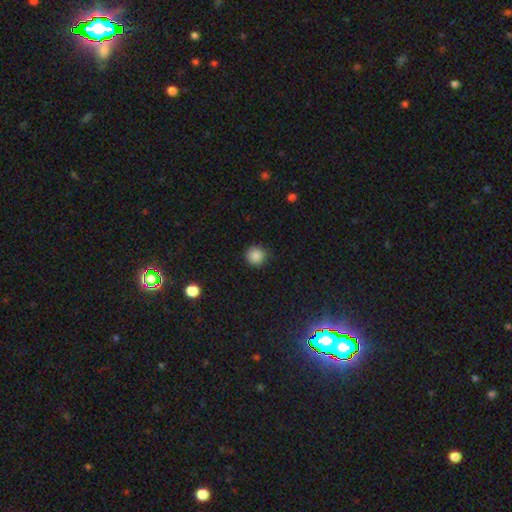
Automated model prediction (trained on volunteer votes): Smooth or featured: smooth — 87% (star or artifact — 11%)
How rounded: round — 94% (in between — 5%)
Merging: none — 88% (minor disturbance — 9%)